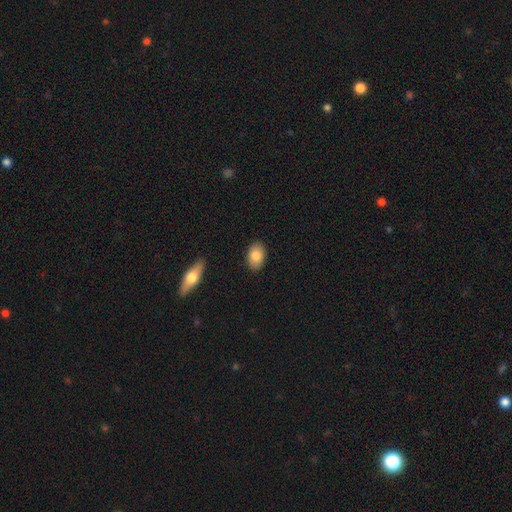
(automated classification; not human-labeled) Q: Smooth or featured?
A: smooth (82%); runner-up: featured or disk (12%)
Q: How rounded?
A: in between (90%); runner-up: round (9%)
Q: Merging?
A: none (89%); runner-up: minor disturbance (8%)